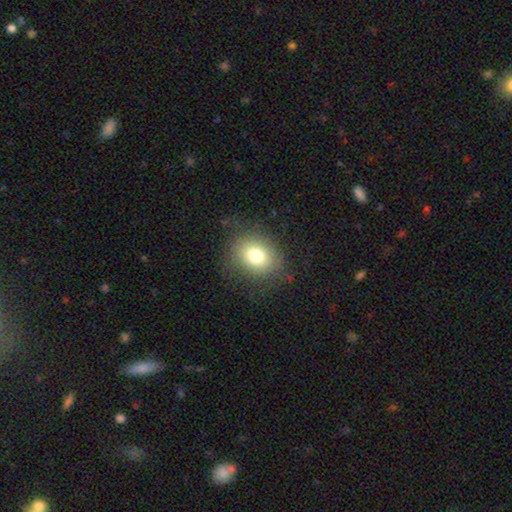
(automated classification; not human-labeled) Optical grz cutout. It shows a smooth galaxy with no disk features (77%) that is round (59%). Merging: none (79%).